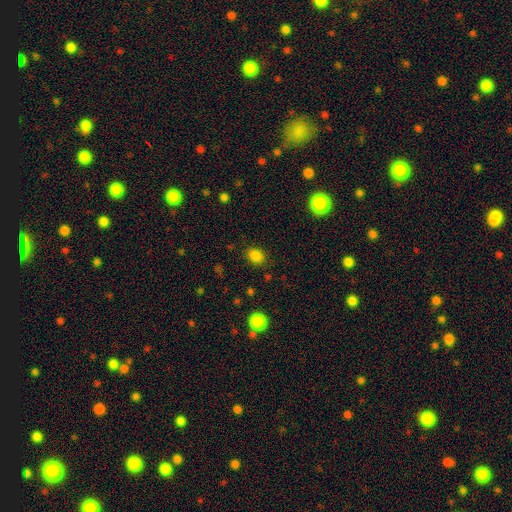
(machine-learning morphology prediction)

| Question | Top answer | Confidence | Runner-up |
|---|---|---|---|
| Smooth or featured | smooth | 83% | star or artifact (13%) |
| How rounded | round | 51% | in between (48%) |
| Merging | none | 85% | minor disturbance (10%) |